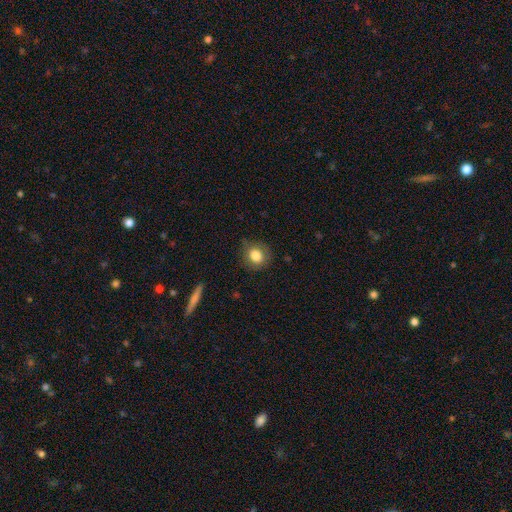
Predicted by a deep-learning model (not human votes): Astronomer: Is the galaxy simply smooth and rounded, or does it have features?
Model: smooth — 82%.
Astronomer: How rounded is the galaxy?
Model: round — 81%.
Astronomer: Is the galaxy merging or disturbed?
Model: none — 77%.